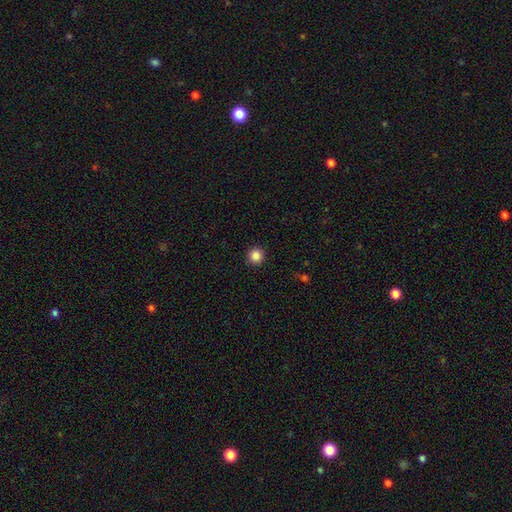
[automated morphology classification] smooth-or-featured: smooth: 86% | star or artifact: 11% | featured or disk: 3%
  how-rounded: round: 96% | in between: 3% | cigar-shaped: 1%
  merging: none: 93% | minor disturbance: 4% | major disturbance: 2% | merger: 1%